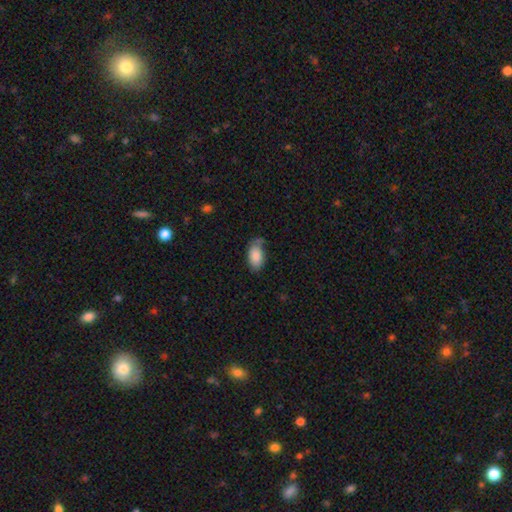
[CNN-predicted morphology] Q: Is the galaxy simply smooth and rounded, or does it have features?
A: smooth — 86%.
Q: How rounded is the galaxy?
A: in between — 94%.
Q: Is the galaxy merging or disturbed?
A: none — 58%.